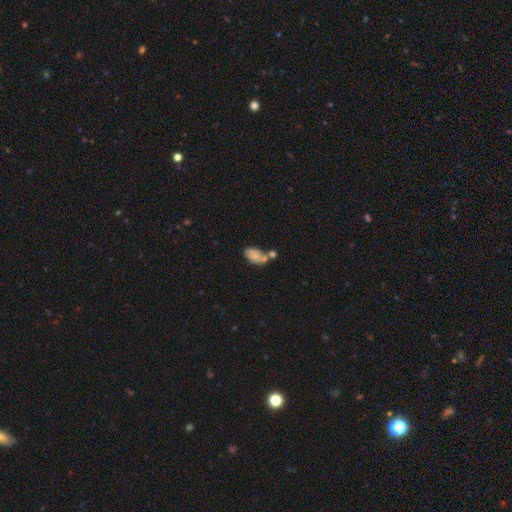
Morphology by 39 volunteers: smooth 54%, featured or disk 41%, star or artifact 5%. Down the decision tree: how rounded — in between (86%); merging — none (41%).